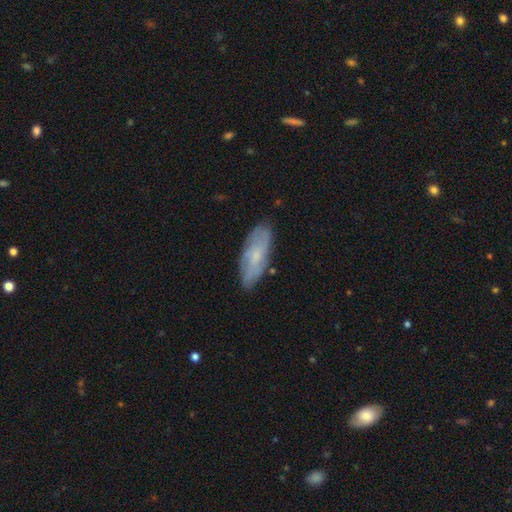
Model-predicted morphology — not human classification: A featured or disk galaxy (50%). Merging: none (80%).